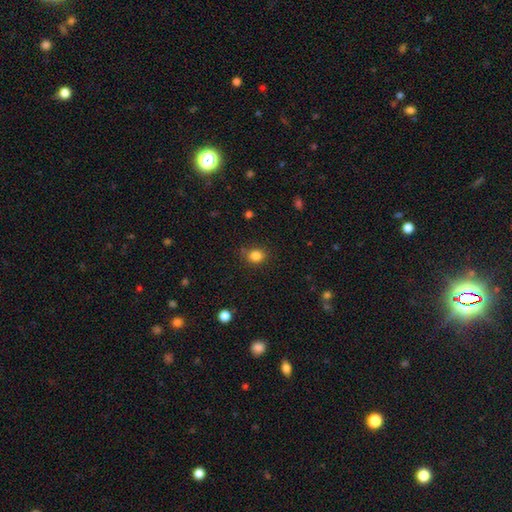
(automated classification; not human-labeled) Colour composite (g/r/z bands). It shows a smooth galaxy with no disk features (83%) that is round (64%). Merging: none (80%).